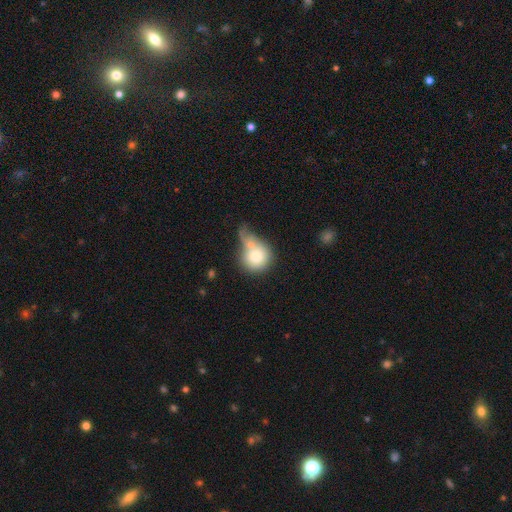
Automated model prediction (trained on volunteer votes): Smooth or featured: smooth — 78% (featured or disk — 15%)
How rounded: round — 79% (in between — 19%)
Merging: merger — 49% (none — 22%)